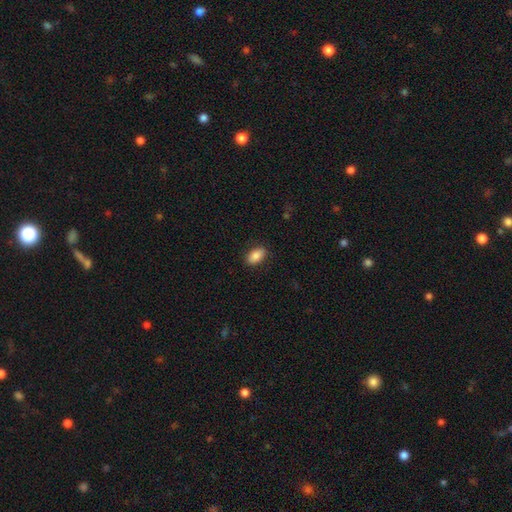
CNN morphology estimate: The model was most divided on "merging": none: 86%, minor disturbance: 10%, major disturbance: 3%, merger: 1%. More confident: how rounded — in between (92%); smooth or featured — smooth (86%).